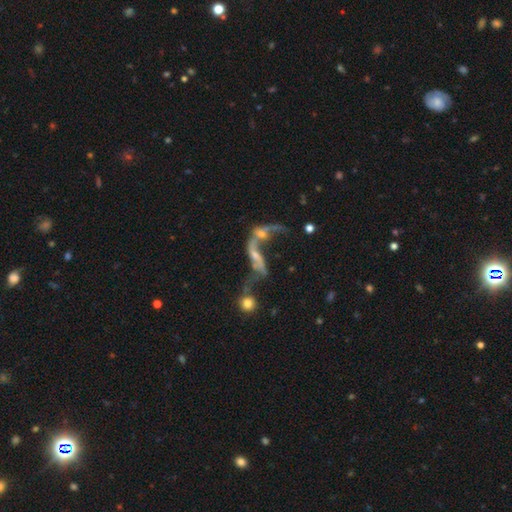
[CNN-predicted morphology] The model was most divided on "bulge size": small: 43%, none: 27%, moderate: 25%, large: 4%, dominant: 2%. More confident: edge-on disk — no (85%); smooth or featured — featured or disk (66%); bar — no (62%); merging — merger (61%); spiral arms — yes (58%).